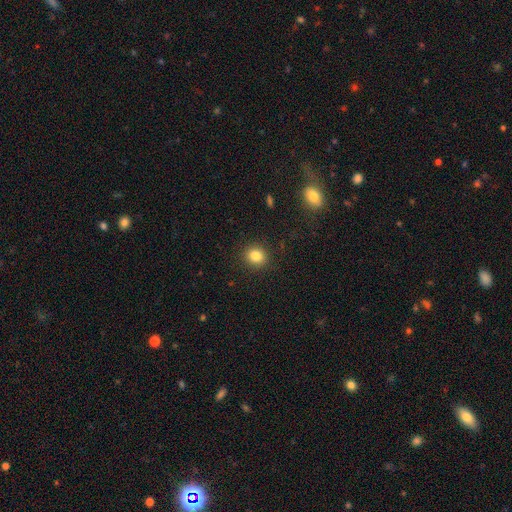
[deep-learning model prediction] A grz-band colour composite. It shows a smooth galaxy with no disk features (84%) that is round (80%). Merging: none (90%).